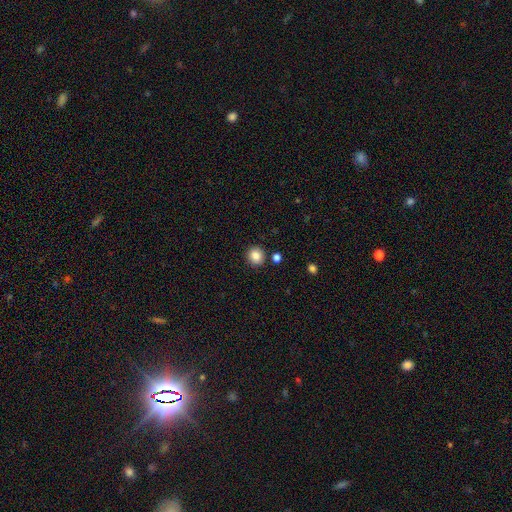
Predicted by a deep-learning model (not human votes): smooth 85%, star or artifact 10%, featured or disk 5%. Down the decision tree: how rounded — round (89%); merging — none (88%).